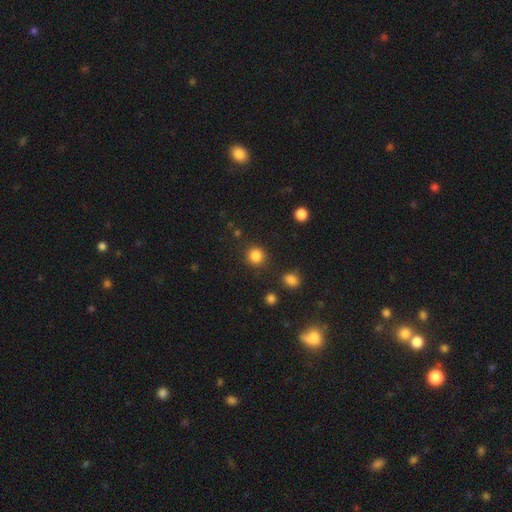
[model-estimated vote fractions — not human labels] smooth-or-featured: smooth: 85% | star or artifact: 12% | featured or disk: 4%
  how-rounded: round: 92% | in between: 7% | cigar-shaped: 1%
  merging: none: 88% | minor disturbance: 6% | major disturbance: 3% | merger: 3%